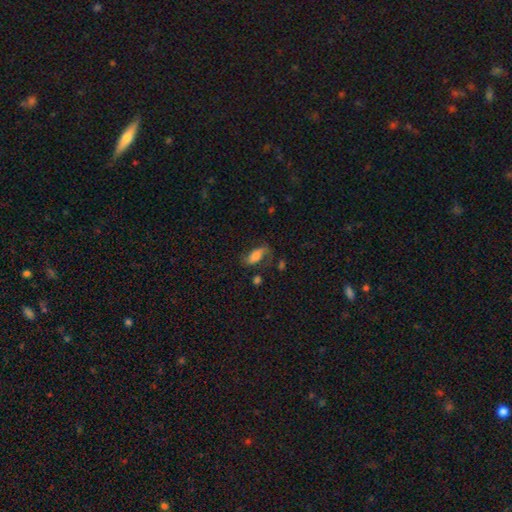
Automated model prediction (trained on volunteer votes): This is possibly a smooth galaxy (57%). How rounded: clearly in between (84%). Merging: possibly none (49%).